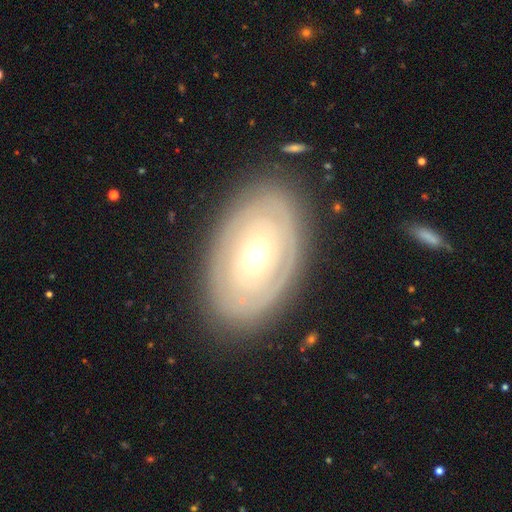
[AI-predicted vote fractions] This is likely a featured or disk galaxy (64%). It is clearly not viewed edge-on (93%). Bar: clearly no (85%). Spiral arm pattern: possibly yes (51%). Central bulge: possibly small (47%, tied with moderate). Merging: clearly none (82%).